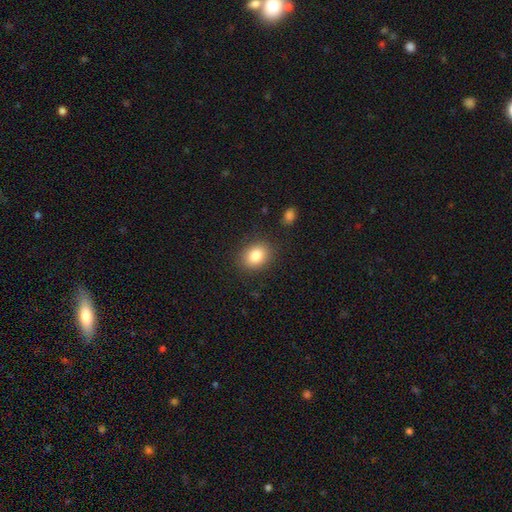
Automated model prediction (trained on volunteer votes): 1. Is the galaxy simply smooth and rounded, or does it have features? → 84% smooth, 9% star or artifact, 7% featured or disk.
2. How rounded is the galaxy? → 56% in between, 44% round, 1% cigar-shaped.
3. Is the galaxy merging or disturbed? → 85% none, 10% minor disturbance, 3% major disturbance, 2% merger.